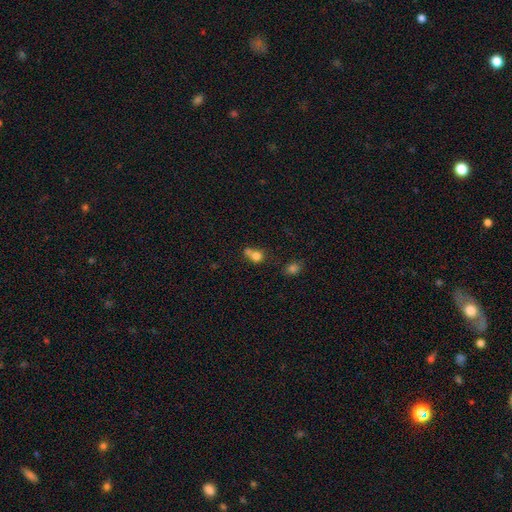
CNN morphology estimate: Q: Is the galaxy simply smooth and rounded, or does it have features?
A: smooth — 76%.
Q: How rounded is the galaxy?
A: round — 71%.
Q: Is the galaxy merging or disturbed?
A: merger — 54%.